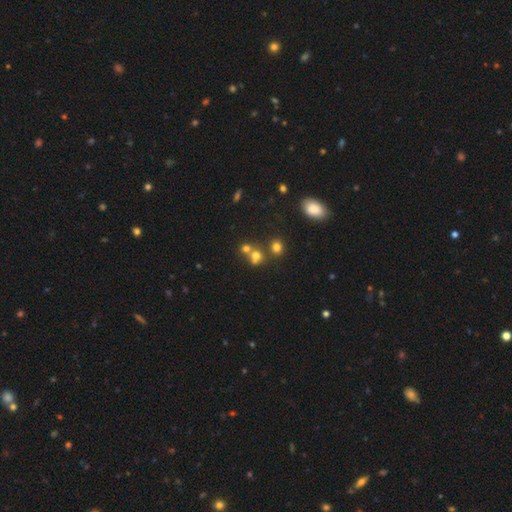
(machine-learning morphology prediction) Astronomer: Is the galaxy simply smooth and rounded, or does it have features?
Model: smooth — 67%.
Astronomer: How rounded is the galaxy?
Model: round — 78%.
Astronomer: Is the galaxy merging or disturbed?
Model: merger — 47% (runner-up: none, 42%).